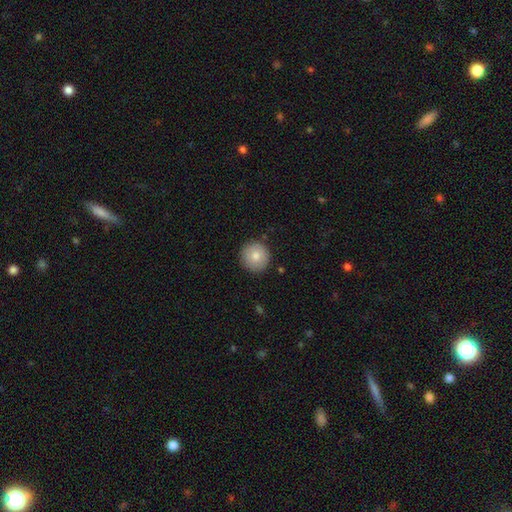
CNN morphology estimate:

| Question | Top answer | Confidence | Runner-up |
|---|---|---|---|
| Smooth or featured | smooth | 81% | featured or disk (11%) |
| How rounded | round | 95% | in between (4%) |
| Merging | none | 89% | minor disturbance (8%) |